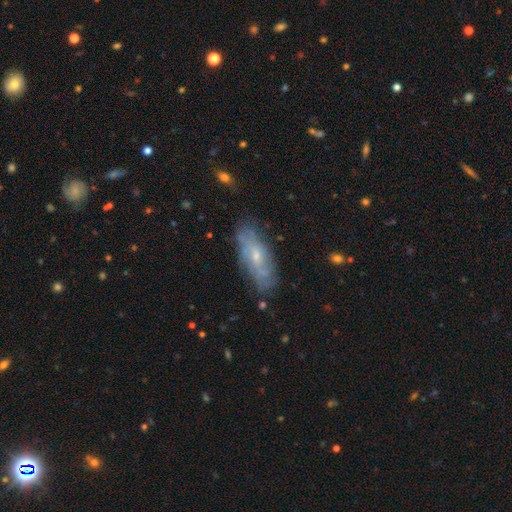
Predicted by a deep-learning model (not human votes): The model was most divided on "bulge size": small: 64%, moderate: 32%, none: 2%, large: 1%, dominant: 1%. More confident: edge-on disk — no (82%); spiral arms — yes (78%); merging — none (76%); bar — no (67%); smooth or featured — featured or disk (63%).